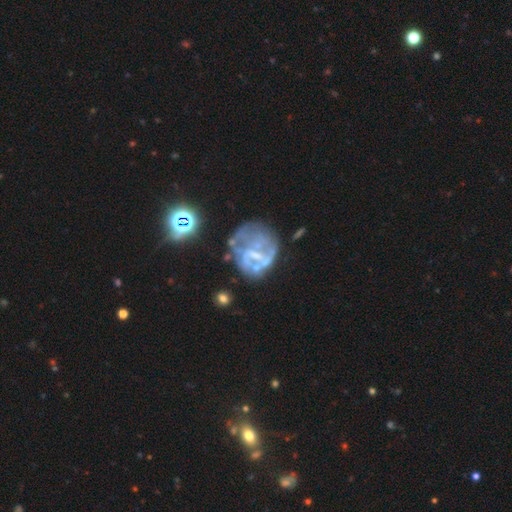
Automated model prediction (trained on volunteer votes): smooth-or-featured: featured or disk: 69% | smooth: 18% | star or artifact: 13%
  disk-edge-on: no: 98% | yes: 2%
    bar: no: 51% | weak: 35% | strong: 13%
    has-spiral-arms: no: 64% | yes: 36%
    bulge-size: none: 44% | small: 32% | moderate: 21% | large: 2% | dominant: 1%
  merging: none: 40% | major disturbance: 29% | minor disturbance: 21% | merger: 10%